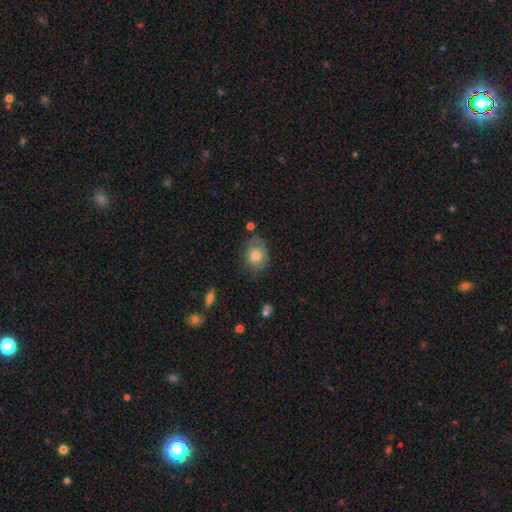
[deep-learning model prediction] smooth-or-featured: smooth: 74% | featured or disk: 18% | star or artifact: 9%
  how-rounded: round: 50% | in between: 49% | cigar-shaped: 1%
  merging: none: 67% | minor disturbance: 24% | major disturbance: 6% | merger: 3%